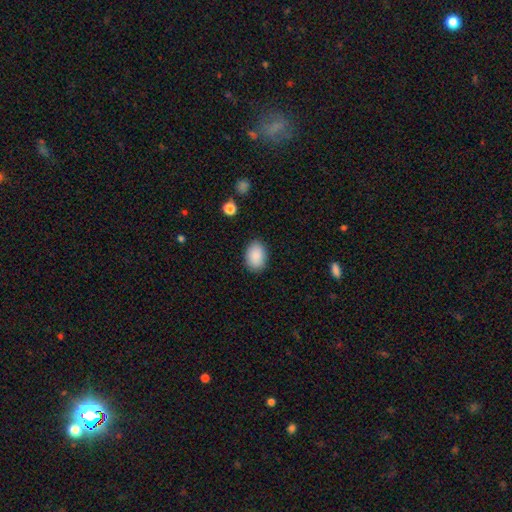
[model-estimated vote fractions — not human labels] Smooth or featured?
  - smooth: 89% *
  - star or artifact: 7%
  - featured or disk: 4%
How rounded?
  - in between: 82% *
  - round: 17%
  - cigar-shaped: 1%
Merging?
  - none: 86% *
  - minor disturbance: 10%
  - major disturbance: 2%
  - merger: 1%